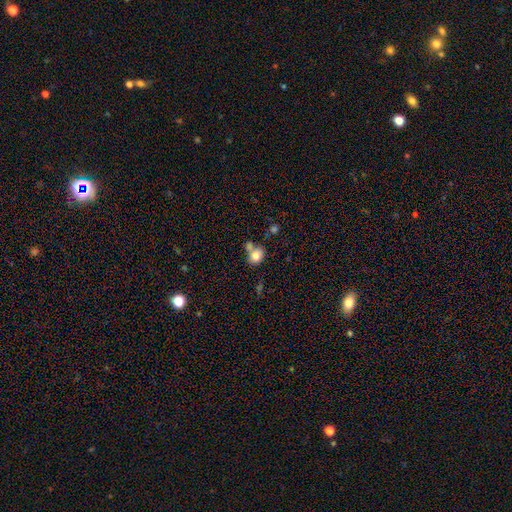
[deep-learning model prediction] Smooth or featured?
  - smooth: 81% *
  - featured or disk: 10%
  - star or artifact: 9%
How rounded?
  - round: 53% *
  - in between: 45%
  - cigar-shaped: 1%
Merging?
  - none: 46% *
  - merger: 34%
  - minor disturbance: 14%
  - major disturbance: 6%